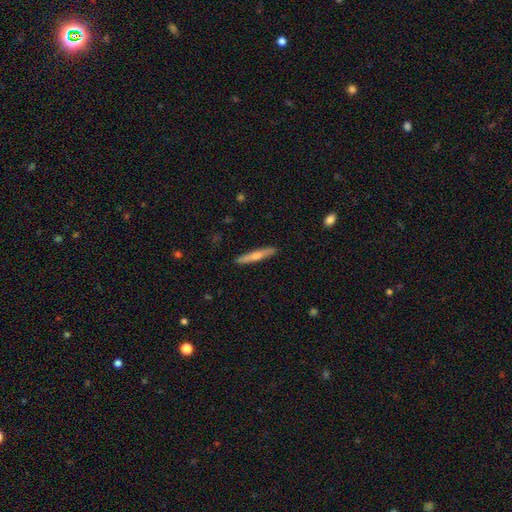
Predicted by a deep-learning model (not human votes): A featured or disk galaxy (57%) viewed edge-on (95%) with a rounded central bulge (84%). Merging: none (90%).